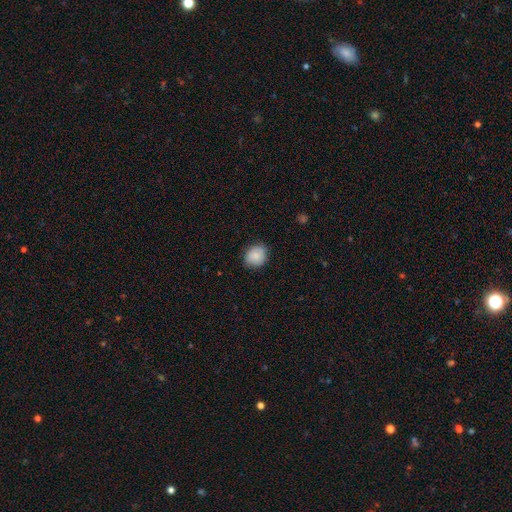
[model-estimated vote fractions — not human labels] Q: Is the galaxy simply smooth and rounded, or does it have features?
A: smooth — 84%.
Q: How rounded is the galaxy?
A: round — 71%.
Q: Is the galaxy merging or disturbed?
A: none — 80%.